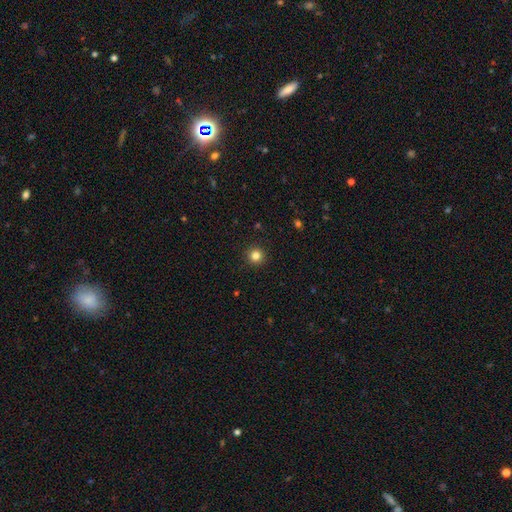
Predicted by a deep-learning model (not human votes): A smooth galaxy with no disk features (82%) that is round (96%). Merging: none (93%).